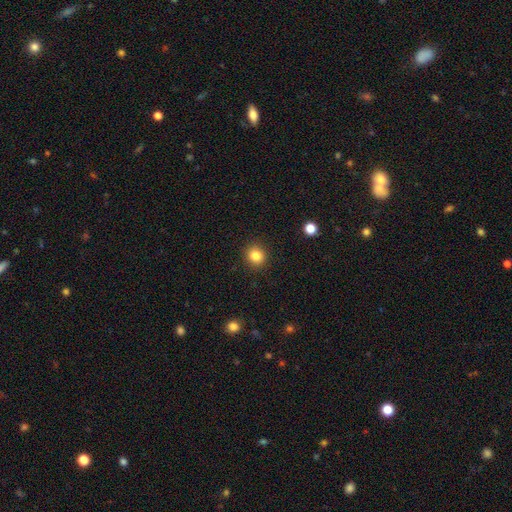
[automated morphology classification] This appears to be a smooth galaxy with no disk features (84%) that is round (91%). Merging: none (92%).